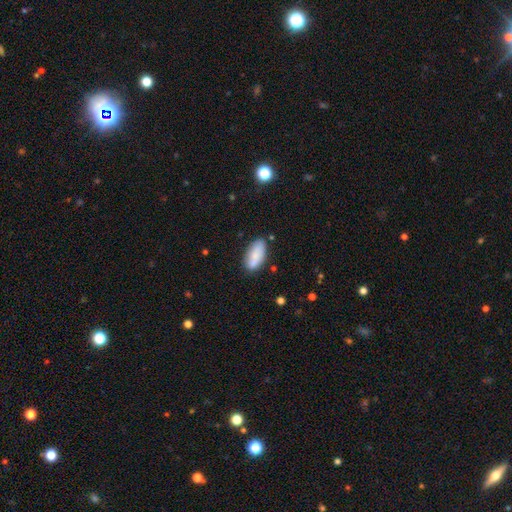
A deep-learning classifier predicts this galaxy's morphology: This appears to be a smooth galaxy with no disk features (80%) that is in between round and cigar-shaped (89%). Merging: none (73%).